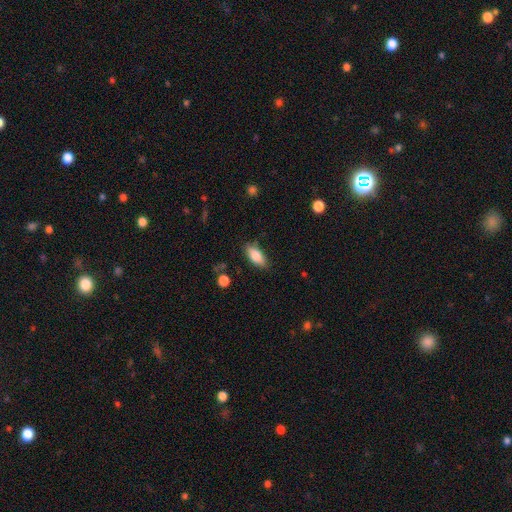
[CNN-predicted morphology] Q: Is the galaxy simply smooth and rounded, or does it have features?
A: smooth — 80%.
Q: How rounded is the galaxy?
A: in between — 83%.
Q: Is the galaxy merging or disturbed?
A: none — 82%.